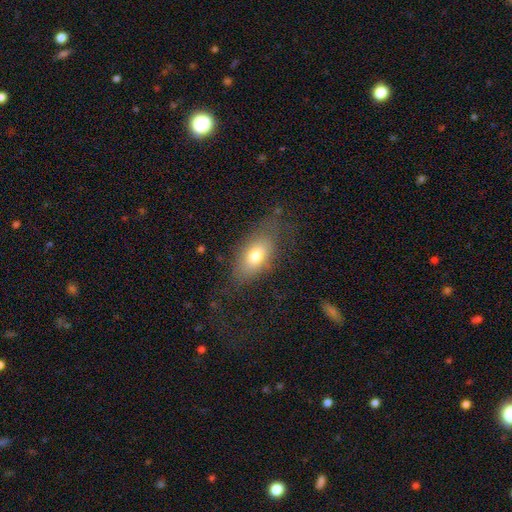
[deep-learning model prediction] The model was most divided on "merging": none: 65%, minor disturbance: 21%, major disturbance: 13%, merger: 2%. More confident: how rounded — in between (85%); smooth or featured — smooth (72%).